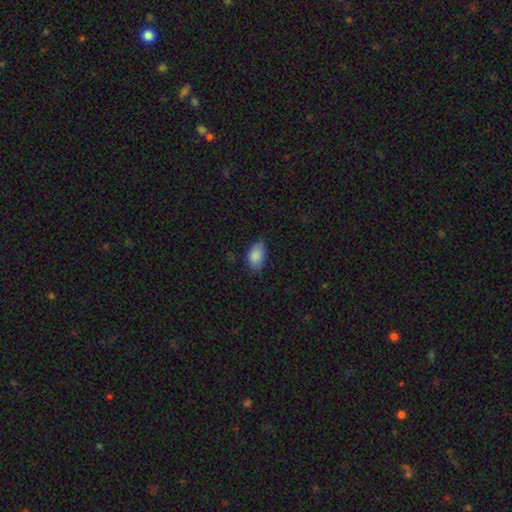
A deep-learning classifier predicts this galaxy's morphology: Smooth or featured: smooth — 86% (star or artifact — 8%)
How rounded: in between — 90% (round — 8%)
Merging: none — 62% (minor disturbance — 32%)